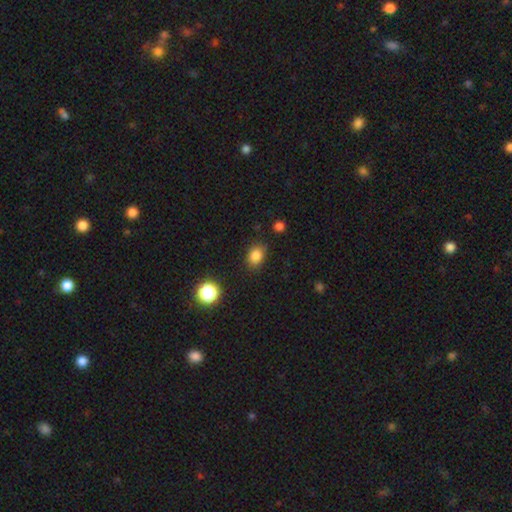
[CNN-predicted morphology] Smooth or featured: smooth — 83% (star or artifact — 12%)
How rounded: in between — 63% (round — 36%)
Merging: none — 82% (minor disturbance — 13%)